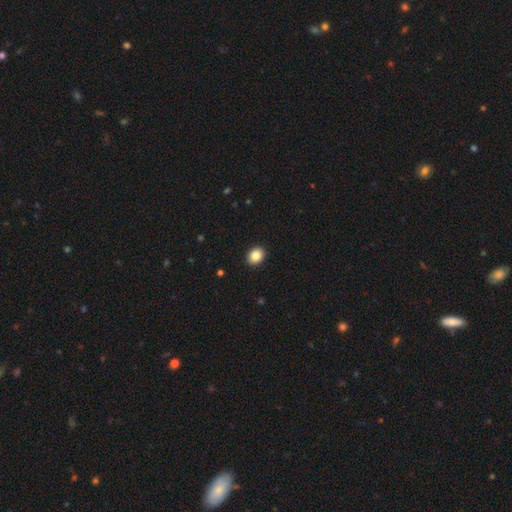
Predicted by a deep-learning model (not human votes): smooth-or-featured: smooth: 87% | star or artifact: 9% | featured or disk: 5%
  how-rounded: in between: 52% | round: 47% | cigar-shaped: 1%
  merging: none: 92% | minor disturbance: 5% | major disturbance: 2% | merger: 1%